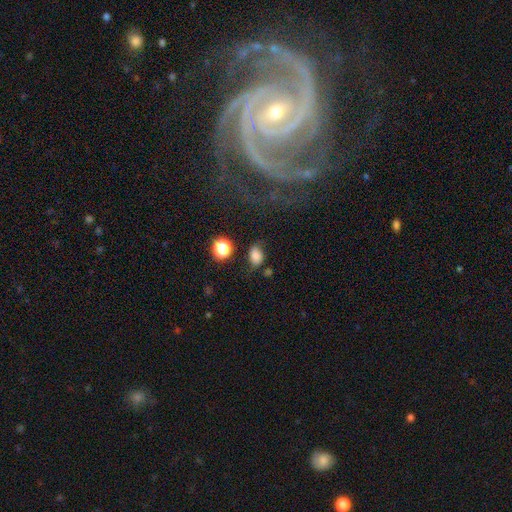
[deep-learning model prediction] Smooth or featured? smooth (76%)
How rounded? in between (76%)
Merging? none (59%)